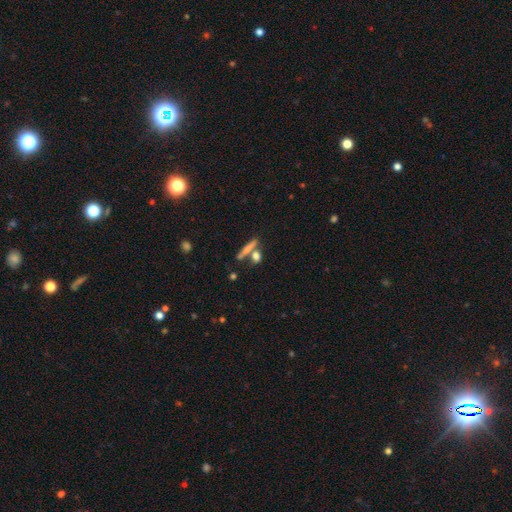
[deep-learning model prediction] Morphology: type=smooth (69%); roundness=cigar-shaped (52%); merging=none (62%).